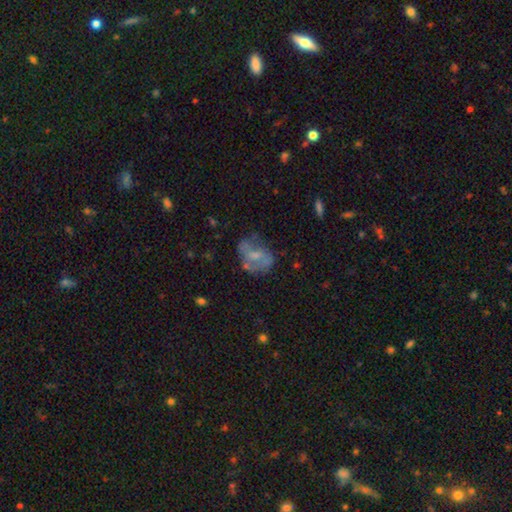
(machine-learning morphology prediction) smooth_or_featured: featured or disk (p=0.52) [alt: smooth p=0.38]
disk_edge_on: no (p=0.96) [alt: yes p=0.04]
bar: no (p=0.56) [alt: weak p=0.34]
has_spiral_arms: no (p=0.63) [alt: yes p=0.37]
bulge_size: small (p=0.37) [alt: moderate p=0.33]
merging: none (p=0.48) [alt: minor disturbance p=0.24]